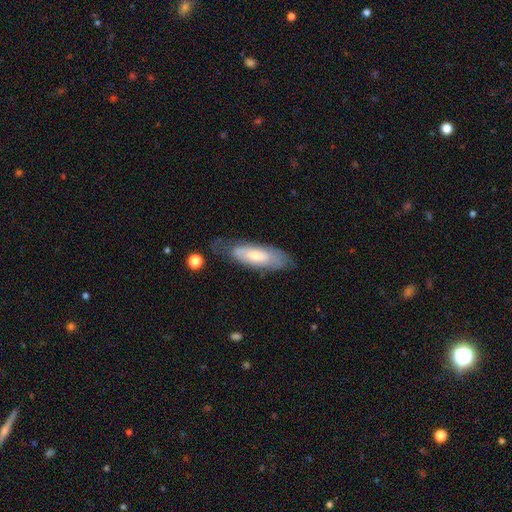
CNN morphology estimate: smooth_or_featured: smooth (p=0.59) [alt: featured or disk p=0.35]
how_rounded: in between (p=0.63) [alt: cigar-shaped p=0.35]
merging: none (p=0.59) [alt: minor disturbance p=0.27]